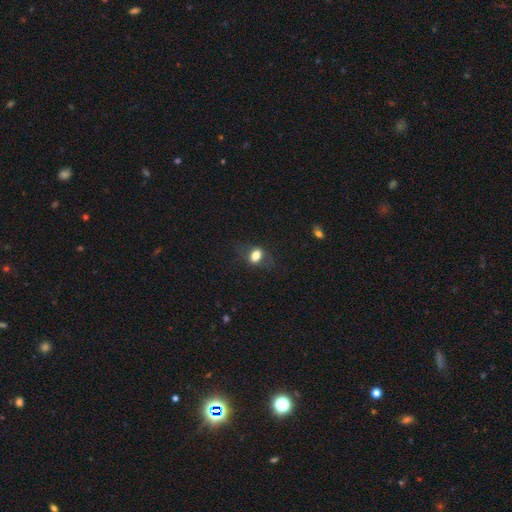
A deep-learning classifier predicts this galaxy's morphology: This is likely a smooth galaxy (72%). How rounded: likely in between (69%). Merging: likely none (70%).